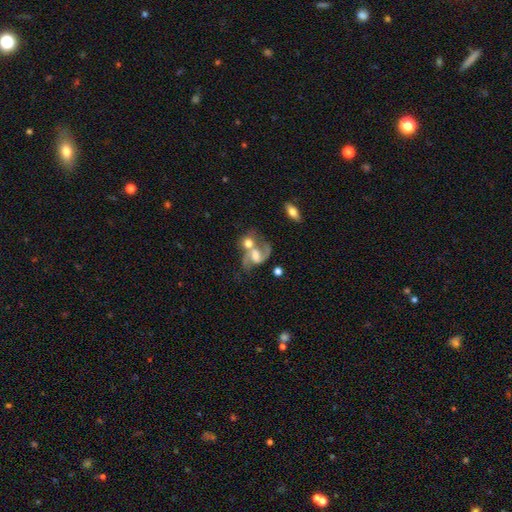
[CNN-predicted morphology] A featured or disk galaxy (78%) with a weak bar (43%), 2 (87%) loose (48%) spiral arms (92%) and a moderate central bulge (47%).

Vote fractions:
- Smooth or featured? featured or disk: 78% / smooth: 15% / star or artifact: 8%
- Edge-on disk? no: 97% / yes: 3%
- Bar? weak: 43% / no: 40% / strong: 16%
- Spiral arms? yes: 92% / no: 8%
- Spiral winding? loose: 48% / medium: 43% / tight: 8%
- Spiral arm count? 2: 87% / 1: 7% / can't tell: 3% / 3: 1% / 4: 1% / more than 4: 1%
- Bulge size? moderate: 47% / small: 22% / large: 20% / none: 9% / dominant: 2%
- Merging? merger: 51% / none: 29% / minor disturbance: 10% / major disturbance: 10%